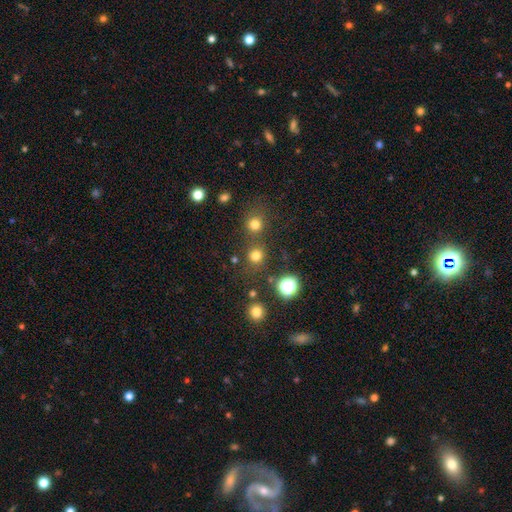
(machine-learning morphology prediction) This appears to be a smooth galaxy with no disk features (74%) that is round (89%). Merging: none (74%).